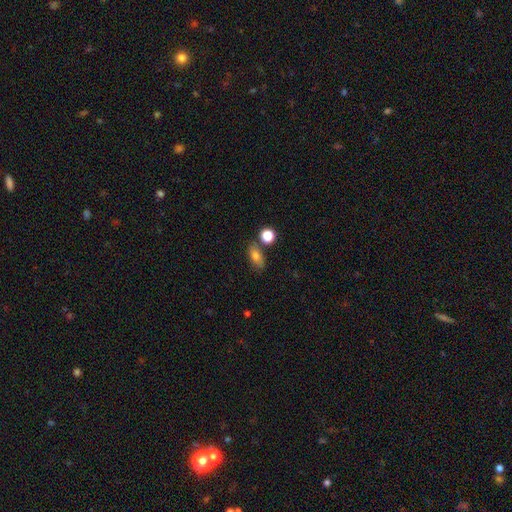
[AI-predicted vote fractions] Morphology: type=smooth (77%); roundness=in between (79%); merging=none (71%).